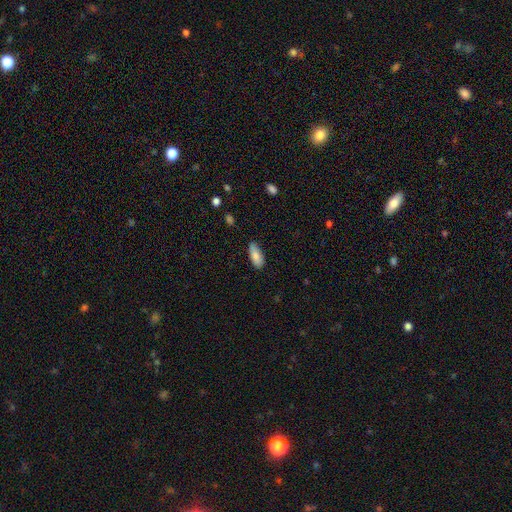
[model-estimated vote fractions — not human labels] Overall: smooth (84%). How rounded: in between (81%). Merging: none (81%).